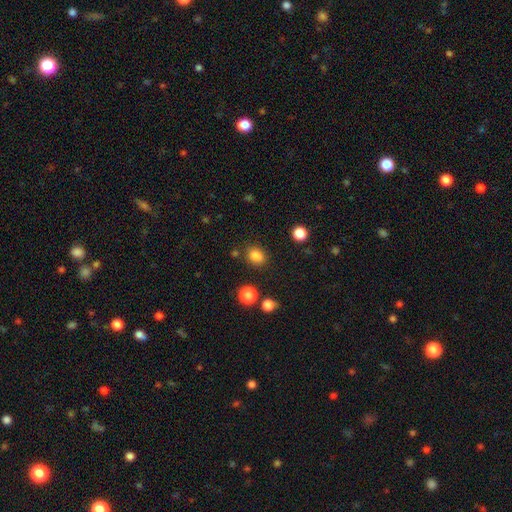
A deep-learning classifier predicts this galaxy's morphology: Smooth or featured?
  - smooth: 83% *
  - star or artifact: 13%
  - featured or disk: 4%
How rounded?
  - in between: 53% *
  - round: 46%
  - cigar-shaped: 1%
Merging?
  - none: 80% *
  - minor disturbance: 12%
  - merger: 4%
  - major disturbance: 4%